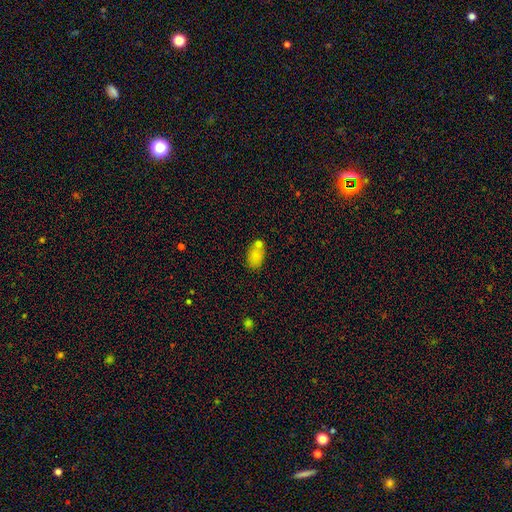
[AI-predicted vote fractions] This is likely a smooth galaxy (79%). How rounded: clearly in between (86%). Merging: possibly none (58%).